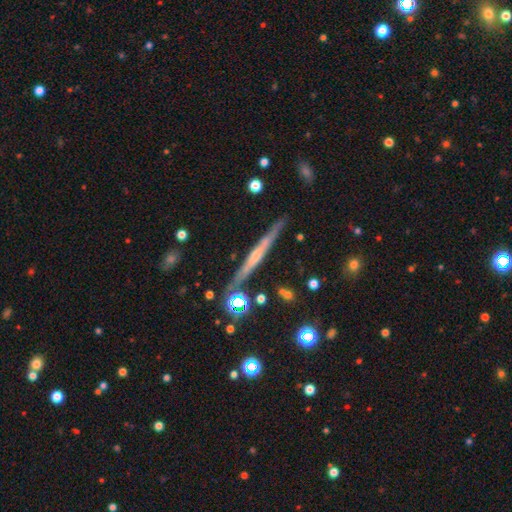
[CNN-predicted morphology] A featured or disk galaxy (66%) viewed edge-on (95%) with no central bulge (49%).

Vote fractions:
- Smooth or featured? featured or disk: 66% / smooth: 24% / star or artifact: 10%
- Edge-on disk? yes: 95% / no: 5%
- Edge-on bulge? none: 49% / rounded: 38% / boxy: 13%
- Merging? none: 81% / minor disturbance: 13% / merger: 4% / major disturbance: 3%